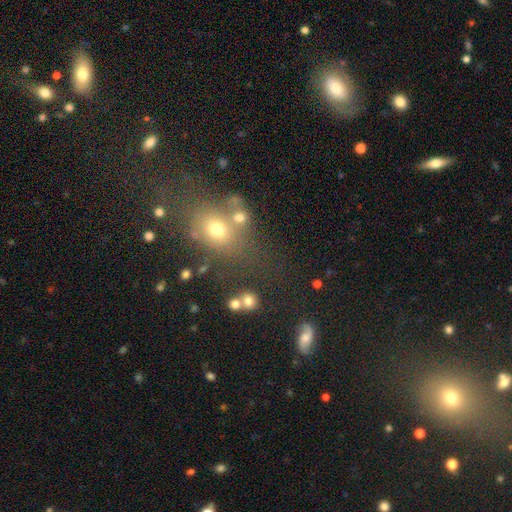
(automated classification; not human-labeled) smooth 58%, star or artifact 26%, featured or disk 16%. Down the decision tree: how rounded — in between (51%); merging — none (58%).